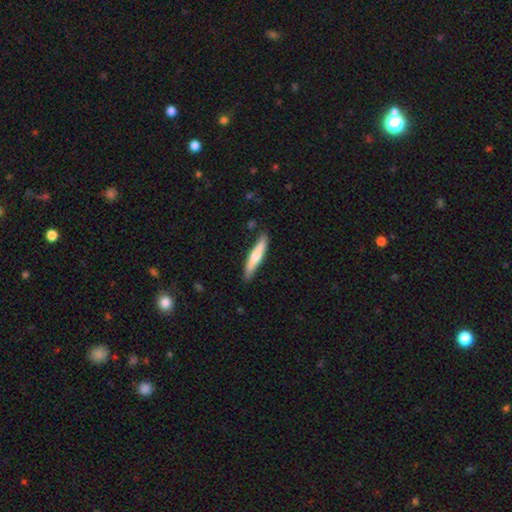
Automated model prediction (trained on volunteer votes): This is possibly a smooth galaxy (60%). How rounded: clearly cigar-shaped (90%). Merging: clearly none (84%).